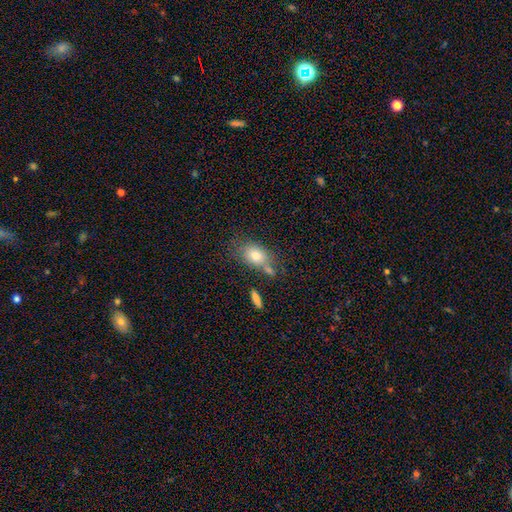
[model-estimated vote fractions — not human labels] Smooth or featured: smooth — 77% (featured or disk — 14%)
How rounded: in between — 74% (round — 23%)
Merging: none — 57% (merger — 18%)